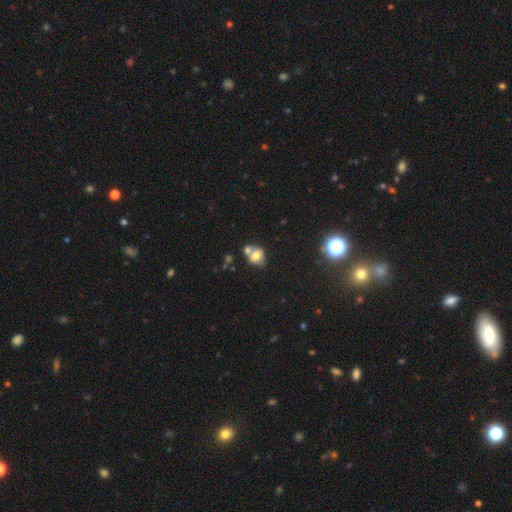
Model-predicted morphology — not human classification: smooth 63%, featured or disk 25%, star or artifact 12%. Down the decision tree: how rounded — in between (50%); merging — merger (48%).